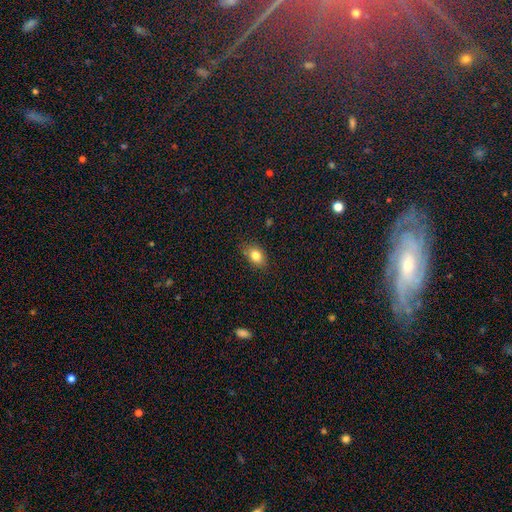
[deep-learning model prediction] Q: Smooth or featured?
A: smooth (82%); runner-up: star or artifact (10%)
Q: How rounded?
A: in between (77%); runner-up: round (21%)
Q: Merging?
A: none (82%); runner-up: minor disturbance (14%)